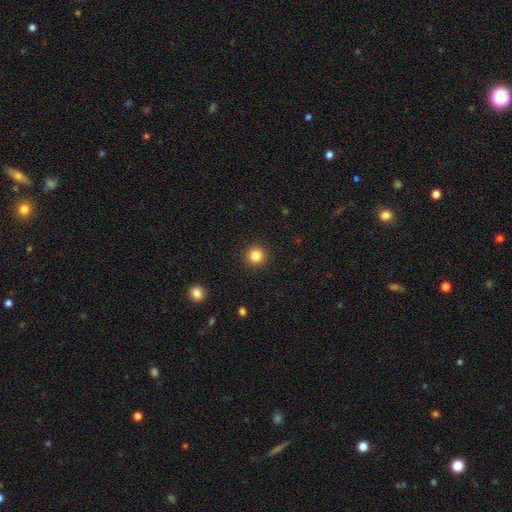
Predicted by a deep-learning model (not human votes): smooth-or-featured: smooth: 84% | star or artifact: 11% | featured or disk: 4%
  how-rounded: round: 94% | in between: 5% | cigar-shaped: 1%
  merging: none: 92% | minor disturbance: 5% | major disturbance: 2% | merger: 1%